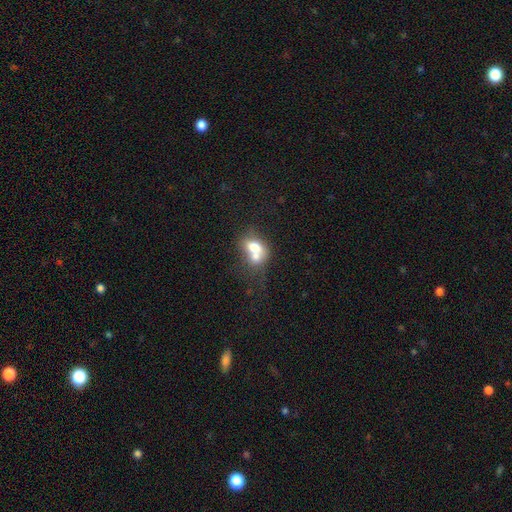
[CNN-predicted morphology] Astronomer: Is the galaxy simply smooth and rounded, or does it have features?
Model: smooth — 66%.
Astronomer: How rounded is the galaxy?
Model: in between — 60% (runner-up: round, 38%).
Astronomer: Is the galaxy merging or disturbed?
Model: merger — 67%.